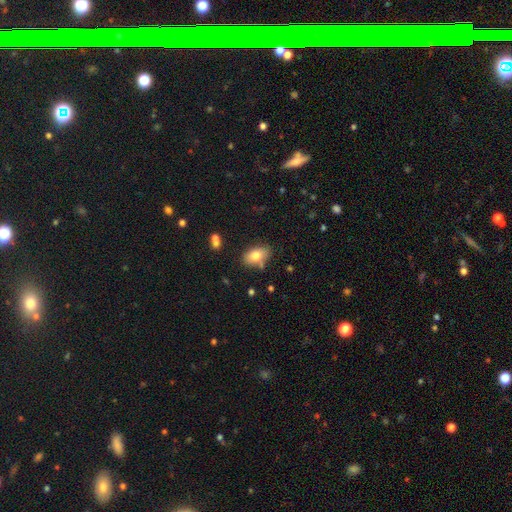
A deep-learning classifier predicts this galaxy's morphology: This is likely a smooth galaxy (79%). How rounded: clearly in between (89%). Merging: likely none (73%).